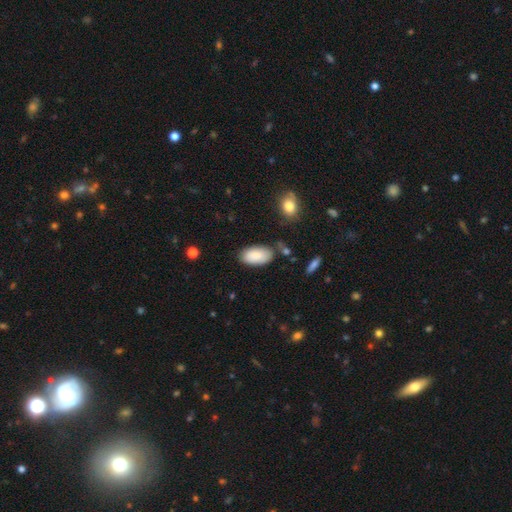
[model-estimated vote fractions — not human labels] A smooth galaxy with no disk features (87%) that is in between round and cigar-shaped (95%). Merging: none (75%).